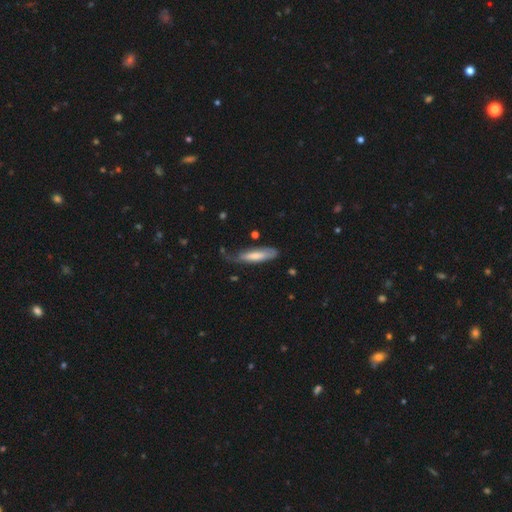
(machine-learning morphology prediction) smooth-or-featured: smooth: 58% | featured or disk: 37% | star or artifact: 5%
  how-rounded: cigar-shaped: 66% | in between: 33% | round: 1%
  merging: none: 50% | minor disturbance: 33% | major disturbance: 14% | merger: 3%